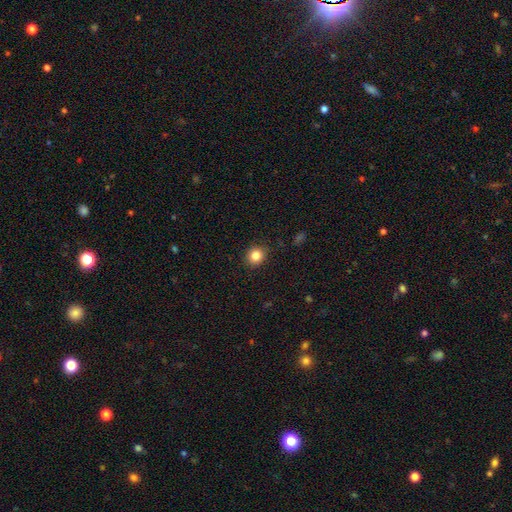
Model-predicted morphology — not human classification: Smooth or featured? smooth (84%)
How rounded? round (81%)
Merging? none (89%)